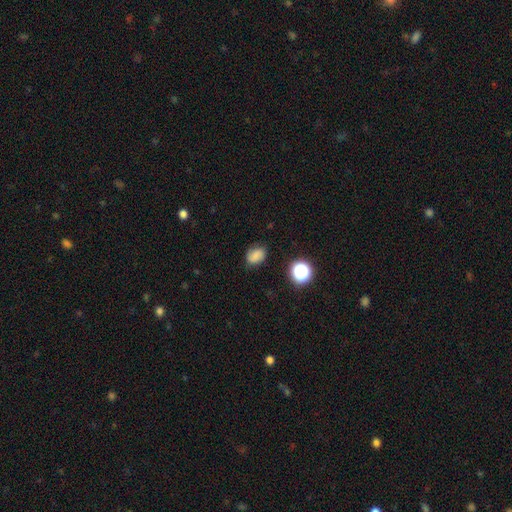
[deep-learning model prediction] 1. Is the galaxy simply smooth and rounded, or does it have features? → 76% smooth, 14% star or artifact, 10% featured or disk.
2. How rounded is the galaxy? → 67% in between, 32% round, 1% cigar-shaped.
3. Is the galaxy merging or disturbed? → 76% none, 18% minor disturbance, 4% major disturbance, 2% merger.